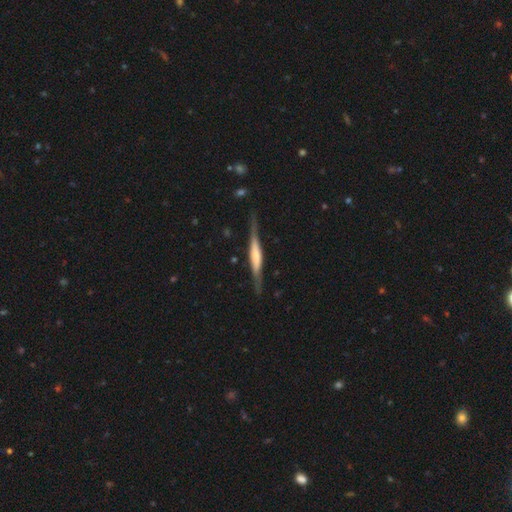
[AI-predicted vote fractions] Smooth or featured? featured or disk (67%)
Edge-on disk? yes (96%)
Edge-on bulge? rounded (42%)
Merging? none (80%)